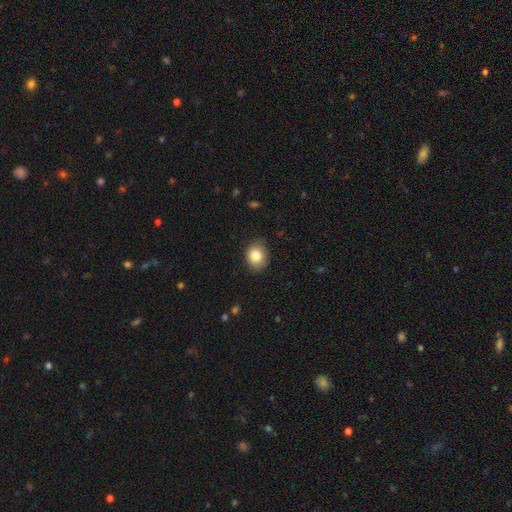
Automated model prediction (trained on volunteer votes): Smooth or featured? smooth (84%)
How rounded? in between (51%)
Merging? none (78%)